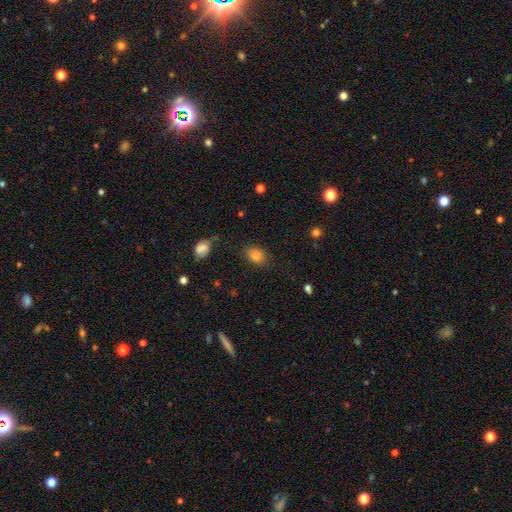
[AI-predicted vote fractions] A smooth galaxy with no disk features (80%) that is in between round and cigar-shaped (78%). Merging: none (77%).